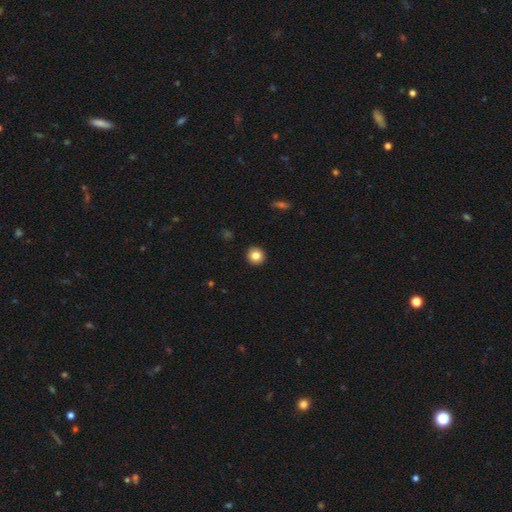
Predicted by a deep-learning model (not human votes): This appears to be a smooth galaxy with no disk features (83%) that is round (91%). Merging: none (92%).